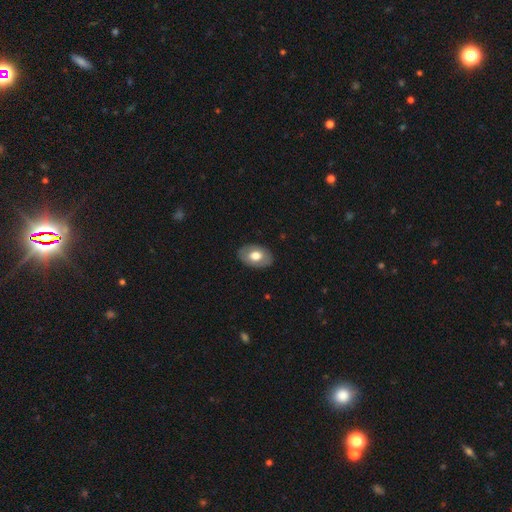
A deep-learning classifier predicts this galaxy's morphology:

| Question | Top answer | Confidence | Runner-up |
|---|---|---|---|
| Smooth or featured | smooth | 65% | featured or disk (29%) |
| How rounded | in between | 86% | round (13%) |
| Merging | none | 85% | minor disturbance (11%) |